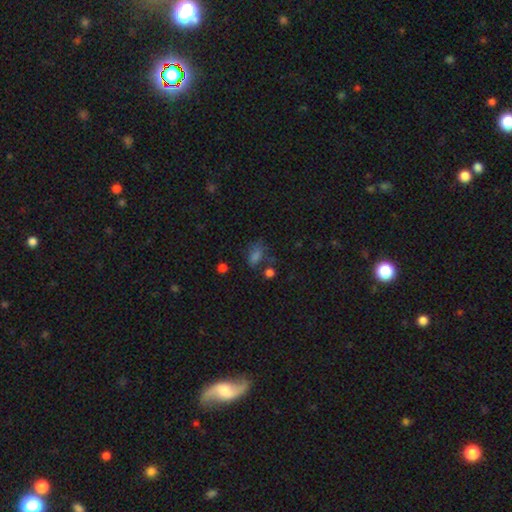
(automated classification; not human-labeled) Q: Smooth or featured?
A: smooth (61%); runner-up: star or artifact (30%)
Q: How rounded?
A: in between (80%); runner-up: round (15%)
Q: Merging?
A: none (58%); runner-up: minor disturbance (21%)